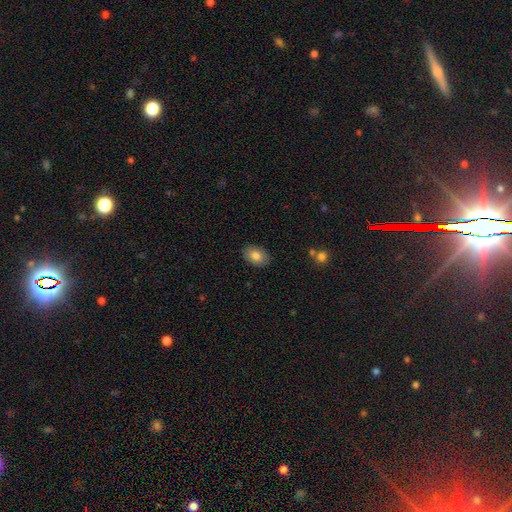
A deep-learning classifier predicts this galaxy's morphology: Q: Smooth or featured?
A: smooth (81%); runner-up: featured or disk (12%)
Q: How rounded?
A: in between (84%); runner-up: round (15%)
Q: Merging?
A: none (87%); runner-up: minor disturbance (9%)